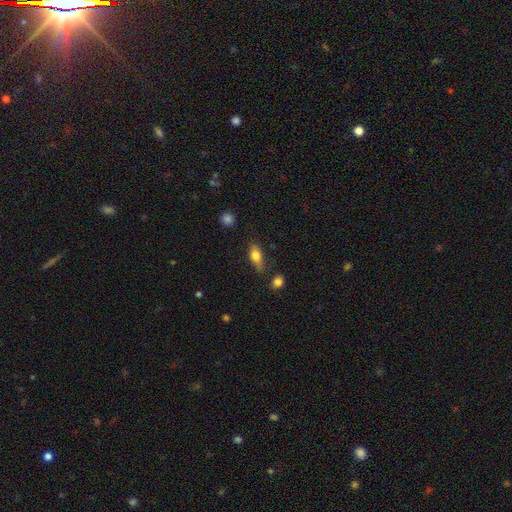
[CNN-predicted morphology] smooth_or_featured: smooth (p=0.74) [alt: featured or disk p=0.18]
how_rounded: in between (p=0.78) [alt: cigar-shaped p=0.15]
merging: none (p=0.68) [alt: minor disturbance p=0.22]